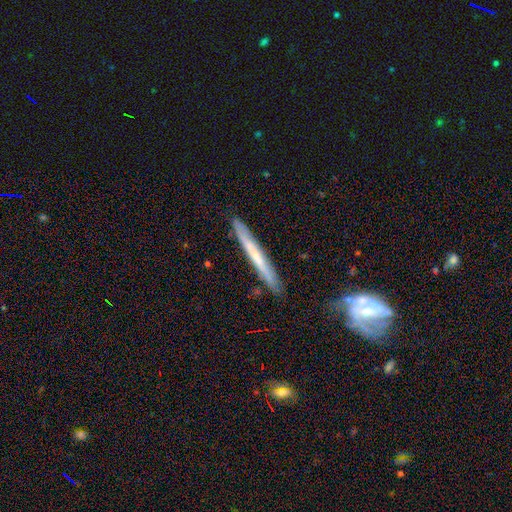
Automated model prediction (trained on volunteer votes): smooth-or-featured: featured or disk: 51% | smooth: 43% | star or artifact: 6%
  disk-edge-on: yes: 91% | no: 9%
  merging: none: 86% | minor disturbance: 10% | merger: 2% | major disturbance: 2%